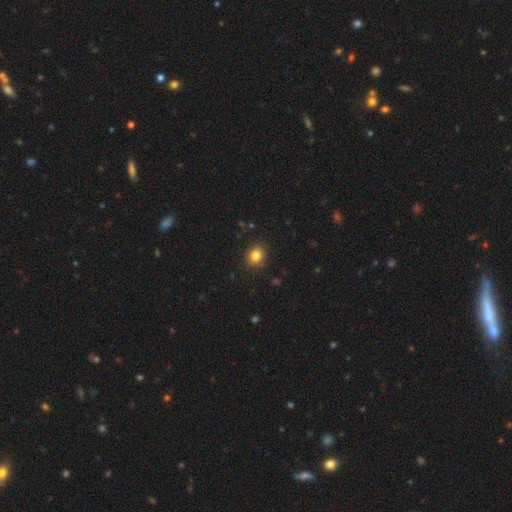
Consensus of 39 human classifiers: Volunteers were most divided on "how rounded": round: 80%, in between: 20%, cigar-shaped: 0%. More confident: merging — none (97%); smooth or featured — smooth (90%).